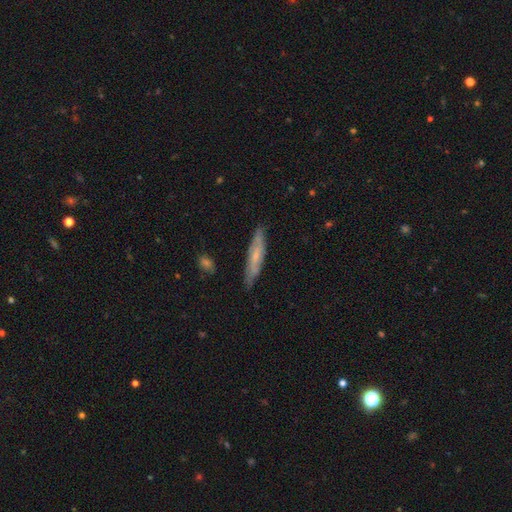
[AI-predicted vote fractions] This is possibly a featured or disk galaxy (49%). Merging: clearly none (81%).